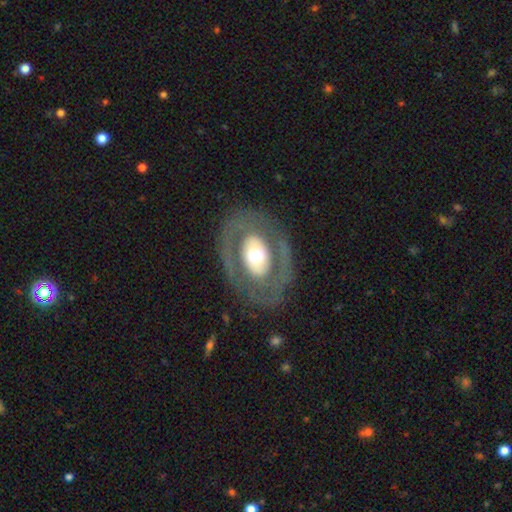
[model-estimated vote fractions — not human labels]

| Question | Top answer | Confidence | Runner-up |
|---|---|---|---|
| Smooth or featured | featured or disk | 63% | smooth (31%) |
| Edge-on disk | no | 93% | yes (7%) |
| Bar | no | 74% | weak (15%) |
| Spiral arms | no | 73% | yes (27%) |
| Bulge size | moderate | 54% | large (34%) |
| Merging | none | 77% | minor disturbance (11%) |